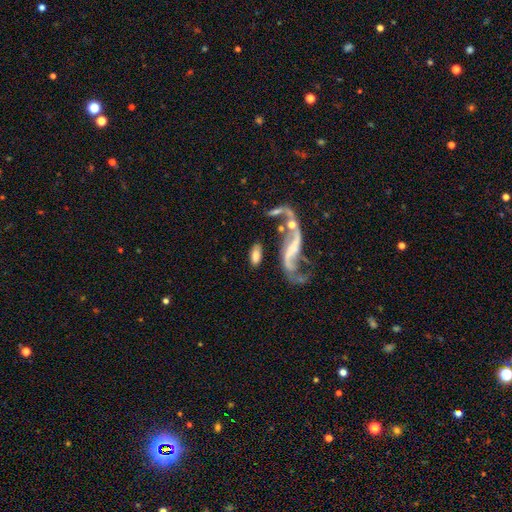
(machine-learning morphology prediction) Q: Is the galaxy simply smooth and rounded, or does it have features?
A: smooth — 51%.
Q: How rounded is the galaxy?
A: in between — 78%.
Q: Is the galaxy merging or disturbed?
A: none — 51%.